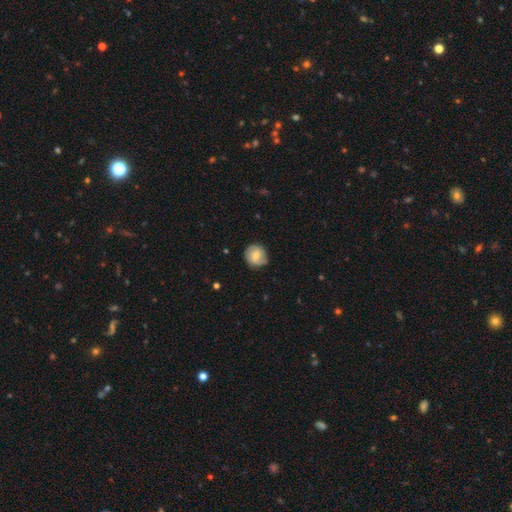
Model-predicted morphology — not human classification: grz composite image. It shows a smooth galaxy with no disk features (57%) that is round (89%). Merging: none (77%).